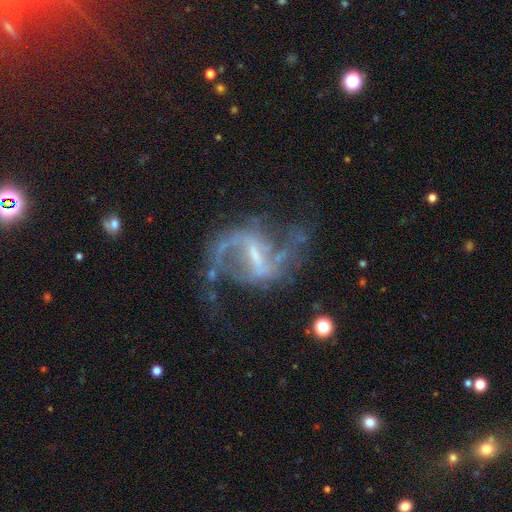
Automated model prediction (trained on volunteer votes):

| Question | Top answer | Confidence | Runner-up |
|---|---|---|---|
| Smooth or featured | featured or disk | 88% | star or artifact (7%) |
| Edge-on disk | no | 97% | yes (3%) |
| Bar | strong | 48% | weak (44%) |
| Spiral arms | yes | 94% | no (6%) |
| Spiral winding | loose | 61% | medium (33%) |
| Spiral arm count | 2 | 88% | can't tell (4%) |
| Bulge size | small | 47% | none (27%) |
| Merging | none | 58% | major disturbance (21%) |